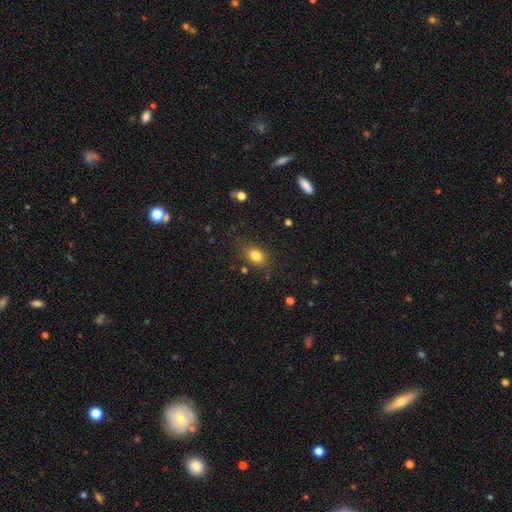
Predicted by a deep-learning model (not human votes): A smooth galaxy with no disk features (81%) that is in between round and cigar-shaped (68%). Merging: none (78%).